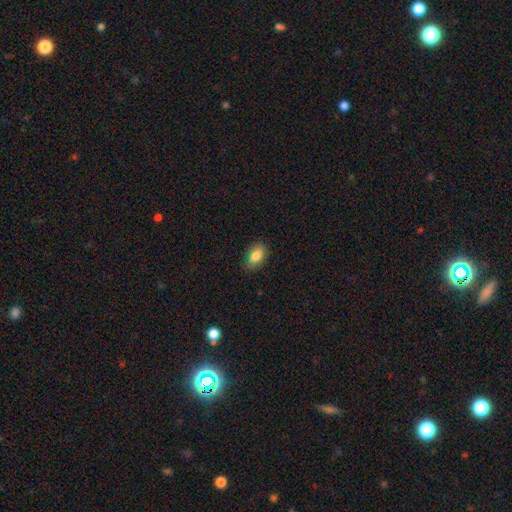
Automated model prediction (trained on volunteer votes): Smooth or featured: smooth — 84% (featured or disk — 8%)
How rounded: in between — 90% (round — 8%)
Merging: none — 85% (minor disturbance — 11%)